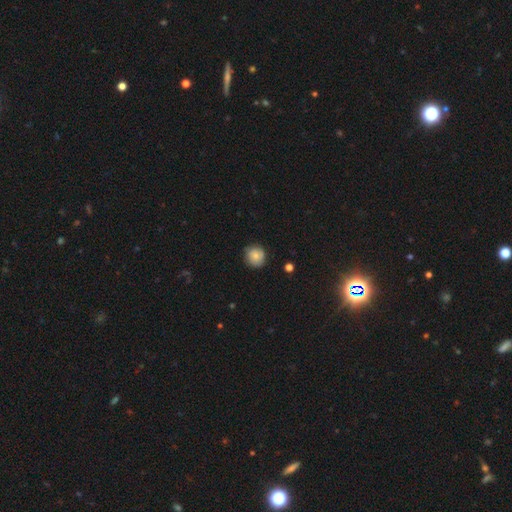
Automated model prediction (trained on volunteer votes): Overall: smooth (78%). How rounded: round (91%). Merging: none (80%).